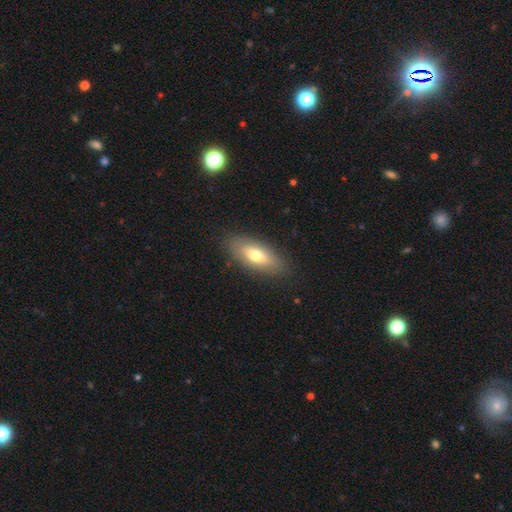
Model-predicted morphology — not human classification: Smooth or featured? smooth (69%)
How rounded? in between (79%)
Merging? none (86%)